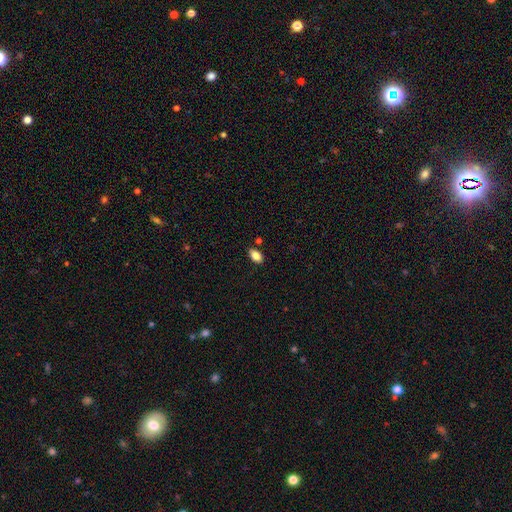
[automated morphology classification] This is clearly a smooth galaxy (85%). How rounded: clearly in between (91%). Merging: clearly none (83%).